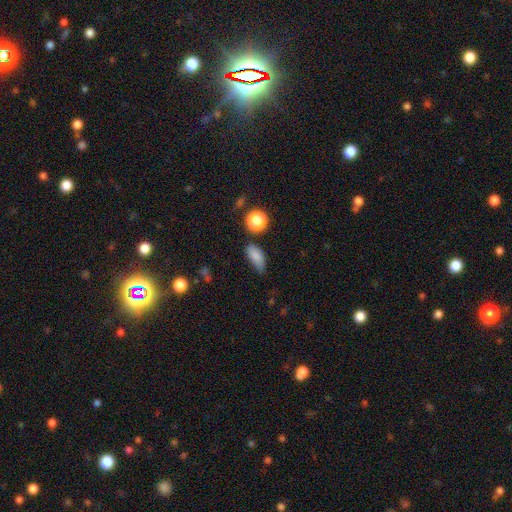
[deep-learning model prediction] Smooth or featured? Predicted: smooth (p=0.82). How rounded? Predicted: in between (p=0.81). Merging? Predicted: none (p=0.56).